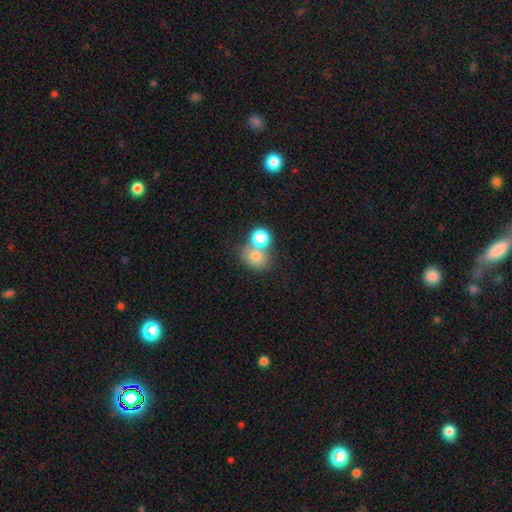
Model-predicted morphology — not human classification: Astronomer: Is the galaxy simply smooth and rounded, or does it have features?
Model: smooth — 74%.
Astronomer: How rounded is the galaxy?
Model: round — 68%.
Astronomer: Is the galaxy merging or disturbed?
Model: merger — 48% (runner-up: none, 39%).